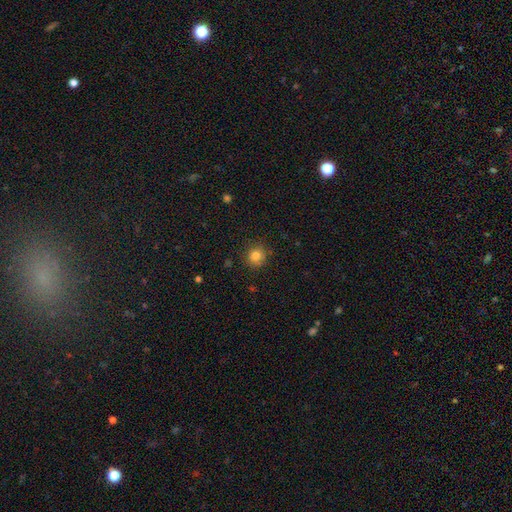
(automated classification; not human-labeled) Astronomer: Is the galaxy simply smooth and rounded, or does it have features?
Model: smooth — 83%.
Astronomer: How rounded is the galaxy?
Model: round — 90%.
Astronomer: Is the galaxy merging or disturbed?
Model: none — 88%.